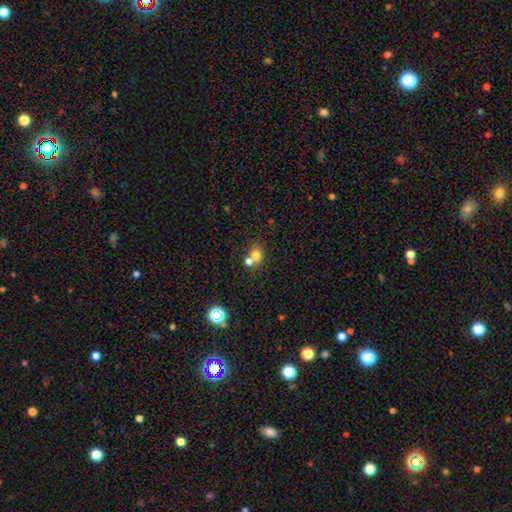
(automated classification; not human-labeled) A smooth galaxy with no disk features (73%) that is round (64%). Merging: merger (52%).